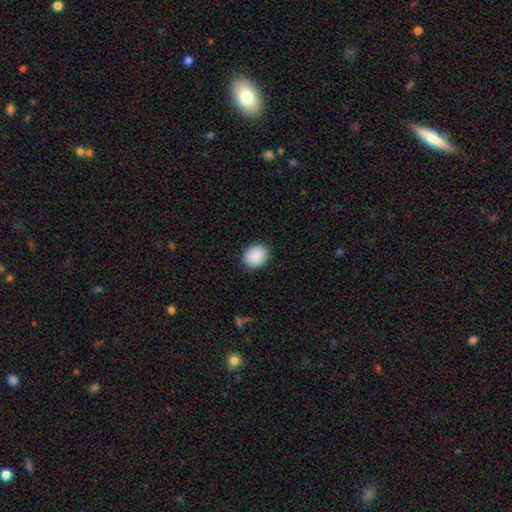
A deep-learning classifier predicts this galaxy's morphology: Q: Smooth or featured?
A: smooth (90%); runner-up: star or artifact (7%)
Q: How rounded?
A: round (54%); runner-up: in between (45%)
Q: Merging?
A: none (90%); runner-up: minor disturbance (7%)